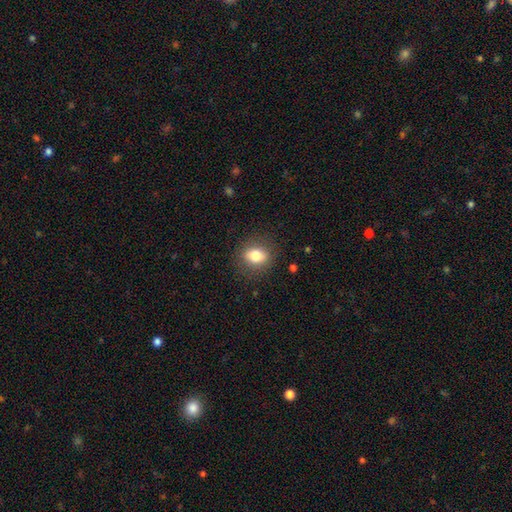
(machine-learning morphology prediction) Q: Smooth or featured?
A: smooth (79%); runner-up: featured or disk (12%)
Q: How rounded?
A: round (52%); runner-up: in between (47%)
Q: Merging?
A: none (85%); runner-up: minor disturbance (10%)